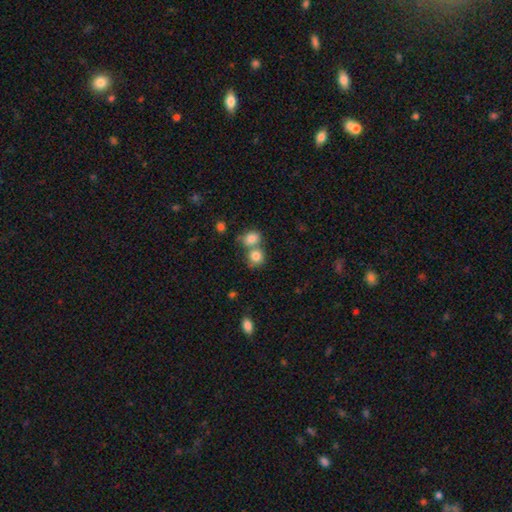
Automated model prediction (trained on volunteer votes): smooth-or-featured: smooth: 82% | star or artifact: 10% | featured or disk: 9%
  how-rounded: round: 77% | in between: 22% | cigar-shaped: 1%
  merging: merger: 49% | none: 39% | minor disturbance: 9% | major disturbance: 4%